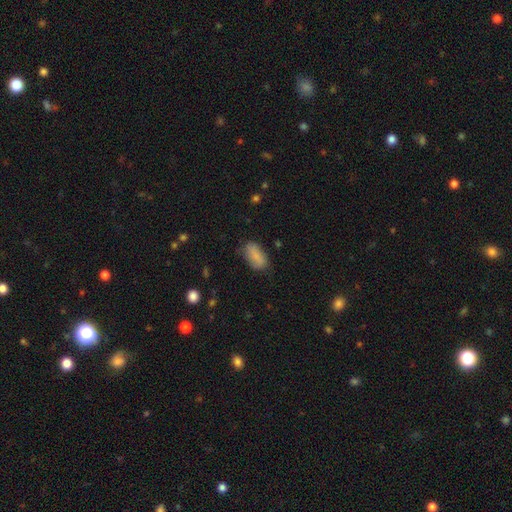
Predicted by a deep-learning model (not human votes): smooth 84%, featured or disk 9%, star or artifact 7%. Down the decision tree: how rounded — in between (88%); merging — none (74%).